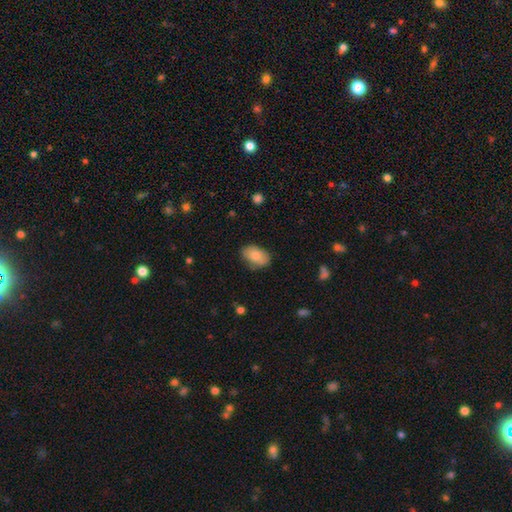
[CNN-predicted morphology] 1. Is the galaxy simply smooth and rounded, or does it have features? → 82% smooth, 11% featured or disk, 7% star or artifact.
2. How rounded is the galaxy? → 91% in between, 8% round, 1% cigar-shaped.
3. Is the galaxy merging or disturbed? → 77% none, 18% minor disturbance, 3% major disturbance, 2% merger.